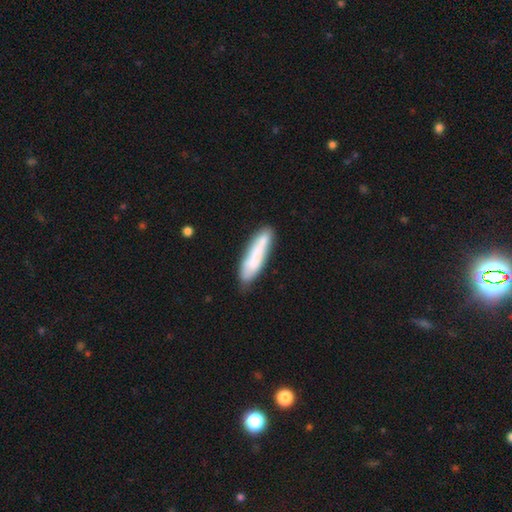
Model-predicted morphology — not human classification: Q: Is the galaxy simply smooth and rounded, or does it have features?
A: smooth — 71%.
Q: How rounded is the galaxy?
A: cigar-shaped — 79%.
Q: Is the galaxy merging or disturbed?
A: none — 72%.